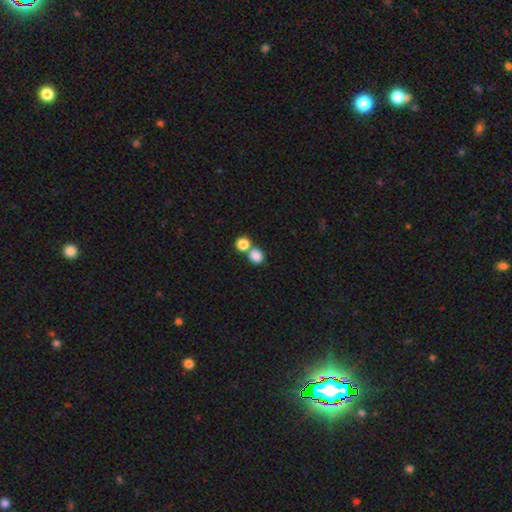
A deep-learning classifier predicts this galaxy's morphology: smooth_or_featured: smooth (p=0.85) [alt: star or artifact p=0.10]
how_rounded: round (p=0.75) [alt: in between p=0.24]
merging: none (p=0.50) [alt: merger p=0.39]